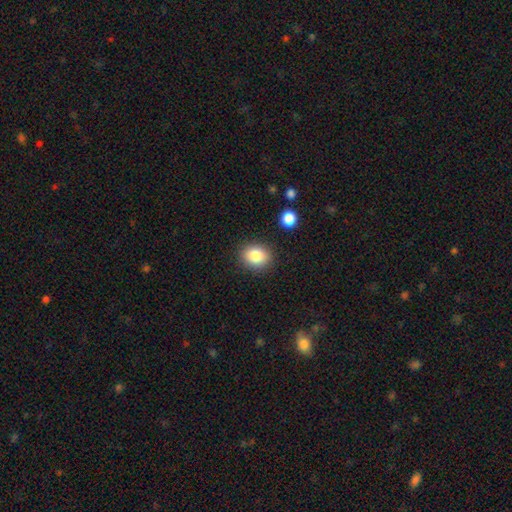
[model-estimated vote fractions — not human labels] Morphology: type=smooth (84%); roundness=round (59%); merging=none (86%).